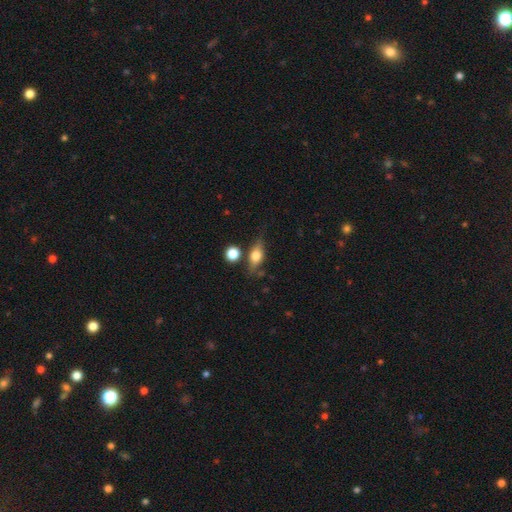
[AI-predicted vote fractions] Smooth or featured? Predicted: smooth (p=0.55). How rounded? Predicted: in between (p=0.64). Merging? Predicted: none (p=0.69).